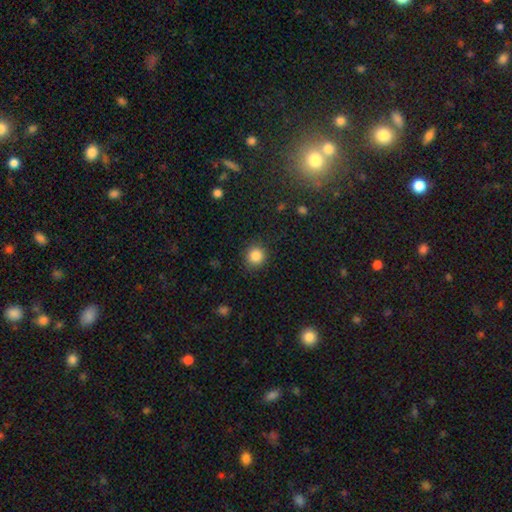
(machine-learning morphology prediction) A smooth galaxy with no disk features (85%) that is round (92%).

Vote fractions:
- Smooth or featured? smooth: 85% / star or artifact: 10% / featured or disk: 4%
- How rounded? round: 92% / in between: 7% / cigar-shaped: 1%
- Merging? none: 89% / minor disturbance: 7% / major disturbance: 3% / merger: 1%